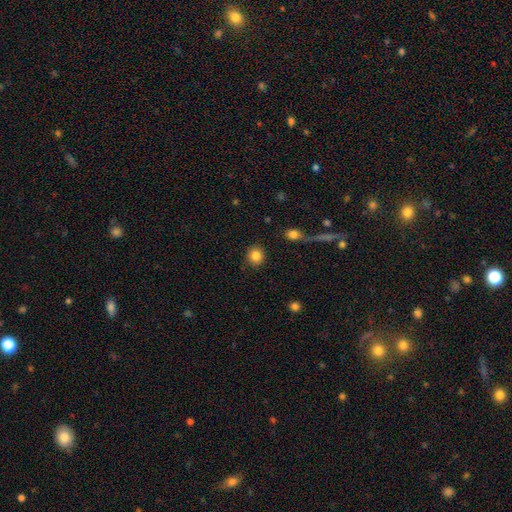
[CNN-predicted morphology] This is clearly a smooth galaxy (84%). How rounded: clearly round (85%). Merging: clearly none (89%).